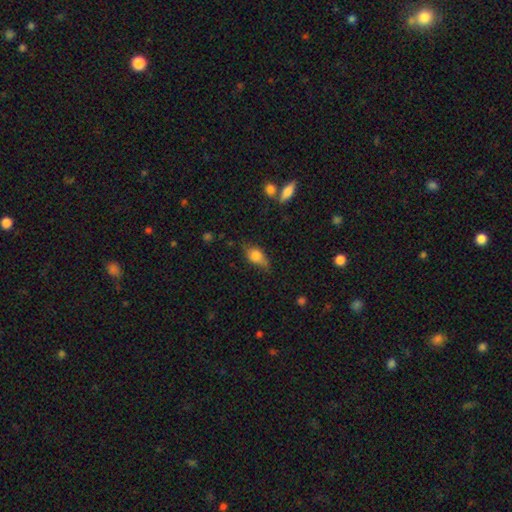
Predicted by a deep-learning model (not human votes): Smooth or featured: smooth — 72% (featured or disk — 19%)
How rounded: in between — 79% (round — 12%)
Merging: none — 60% (minor disturbance — 30%)